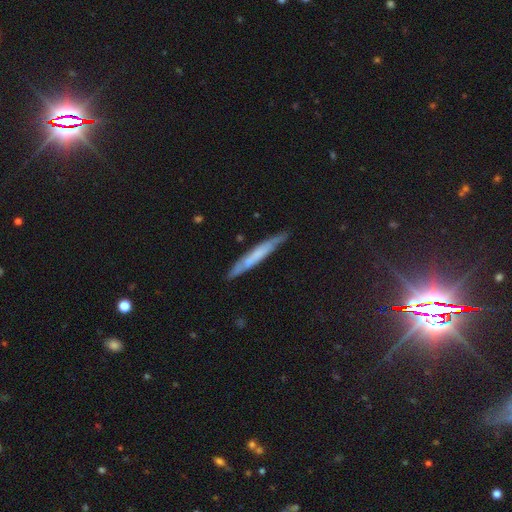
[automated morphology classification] type=featured or disk (51%); edge-on=yes (80%); merging=none (81%).